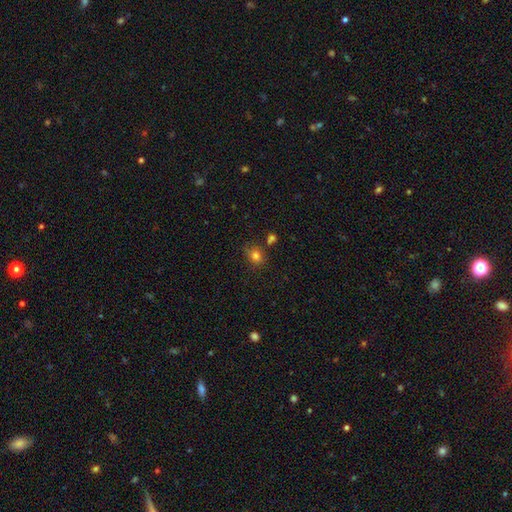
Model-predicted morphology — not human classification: type=smooth (80%); roundness=round (64%); merging=none (71%).